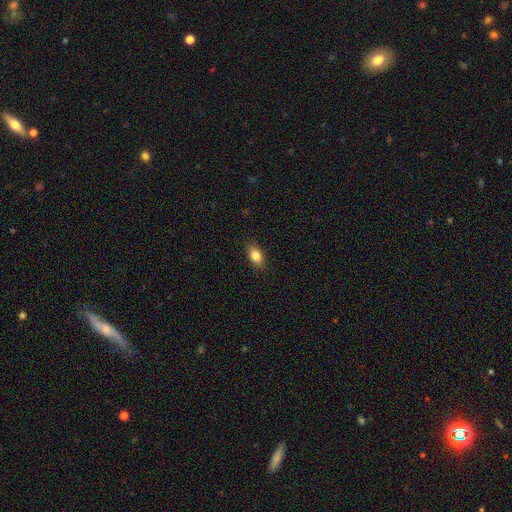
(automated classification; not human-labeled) Overall: smooth (82%). How rounded: in between (85%). Merging: none (87%).